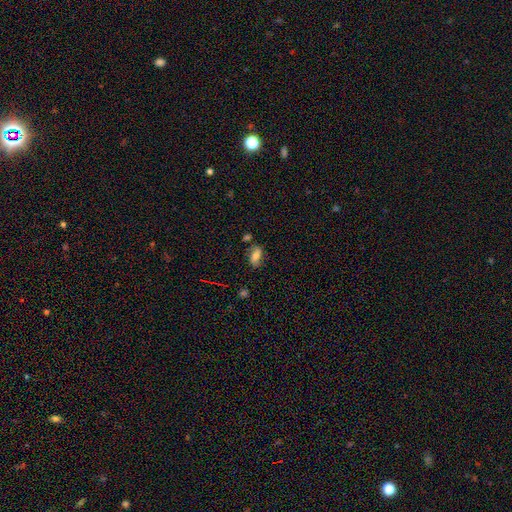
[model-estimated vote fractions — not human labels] smooth_or_featured: smooth (p=0.68) [alt: featured or disk p=0.21]
how_rounded: in between (p=0.85) [alt: cigar-shaped p=0.10]
merging: none (p=0.65) [alt: minor disturbance p=0.21]